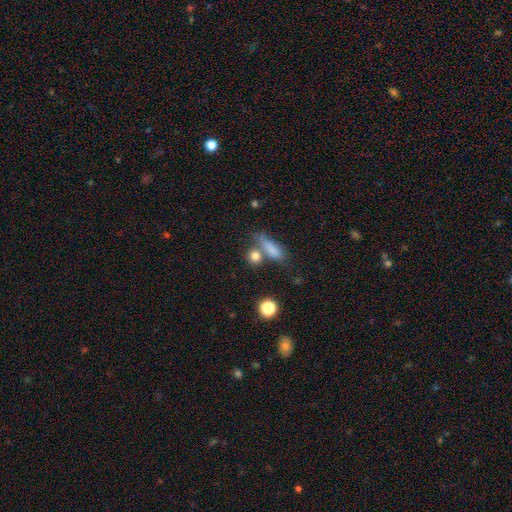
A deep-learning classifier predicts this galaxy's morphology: smooth 80%, star or artifact 12%, featured or disk 8%. Down the decision tree: how rounded — round (57%); merging — none (58%).